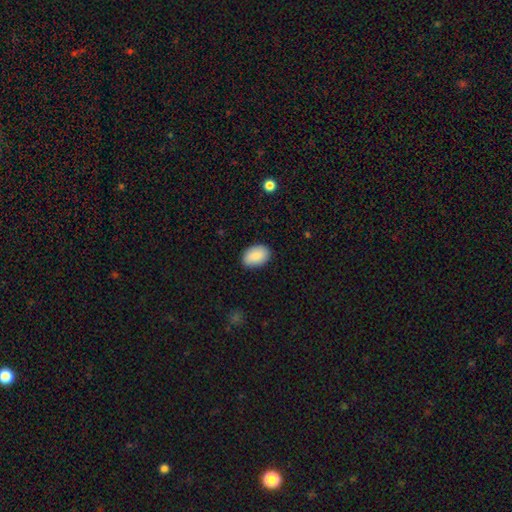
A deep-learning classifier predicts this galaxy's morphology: This appears to be a smooth galaxy with no disk features (89%) that is in between round and cigar-shaped (89%). Merging: none (86%).